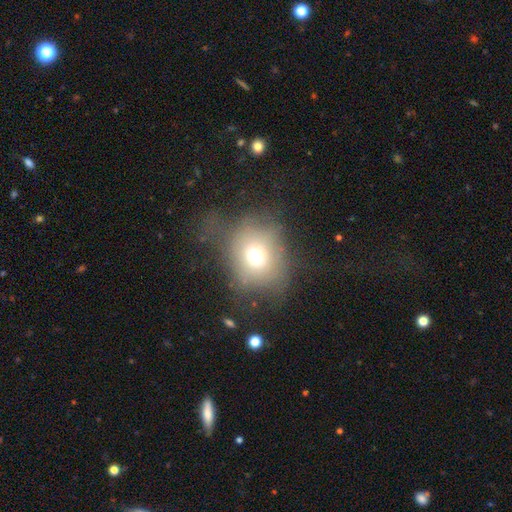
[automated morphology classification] The model was most divided on "merging": none: 48%, major disturbance: 25%, minor disturbance: 24%, merger: 3%. More confident: smooth or featured — smooth (66%); how rounded — round (64%).